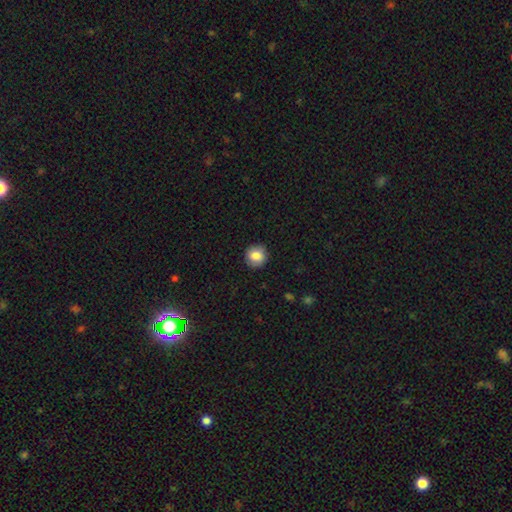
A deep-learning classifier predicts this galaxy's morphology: smooth 83%, star or artifact 9%, featured or disk 8%. Down the decision tree: how rounded — round (92%); merging — none (91%).